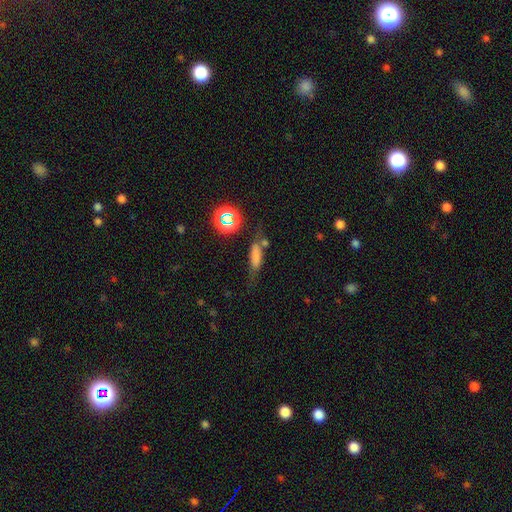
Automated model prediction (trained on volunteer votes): Smooth or featured?
  - smooth: 68% *
  - star or artifact: 17%
  - featured or disk: 15%
How rounded?
  - cigar-shaped: 53% *
  - in between: 41%
  - round: 6%
Merging?
  - none: 55% *
  - minor disturbance: 23%
  - merger: 11%
  - major disturbance: 11%